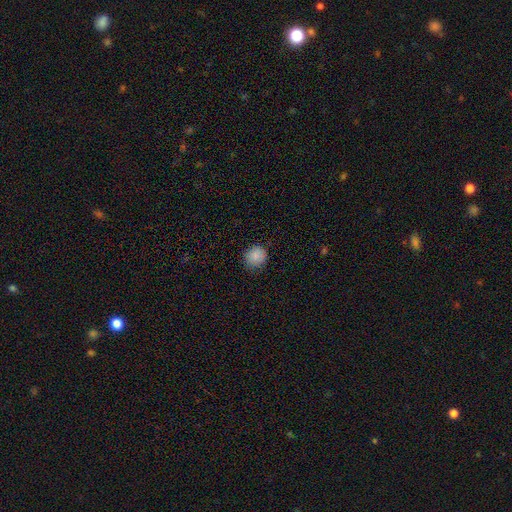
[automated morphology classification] type=smooth (86%); roundness=round (86%); merging=none (81%).